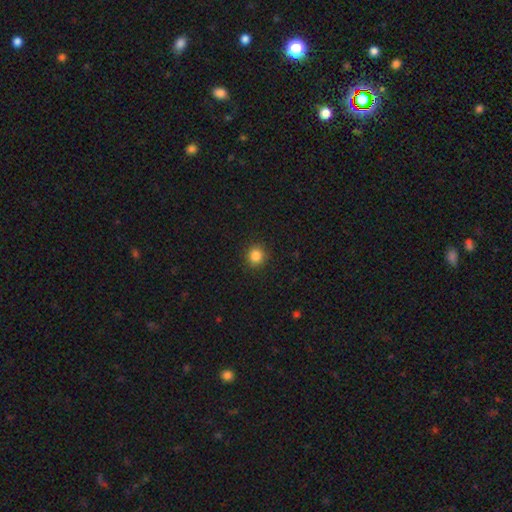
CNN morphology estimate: Smooth or featured? smooth (85%)
How rounded? round (92%)
Merging? none (91%)